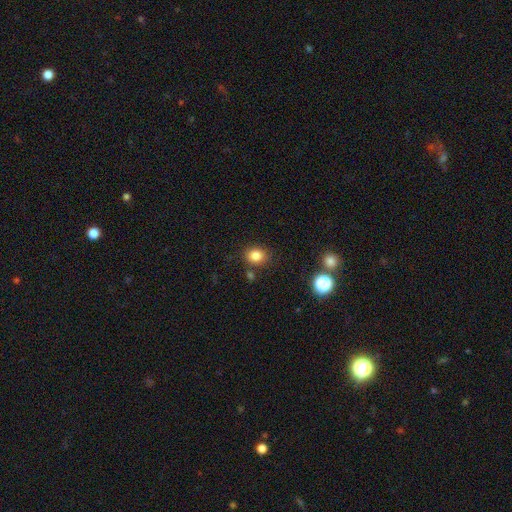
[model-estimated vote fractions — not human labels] The model was most divided on "how rounded": round: 58%, in between: 42%, cigar-shaped: 1%. More confident: smooth or featured — smooth (83%); merging — none (80%).